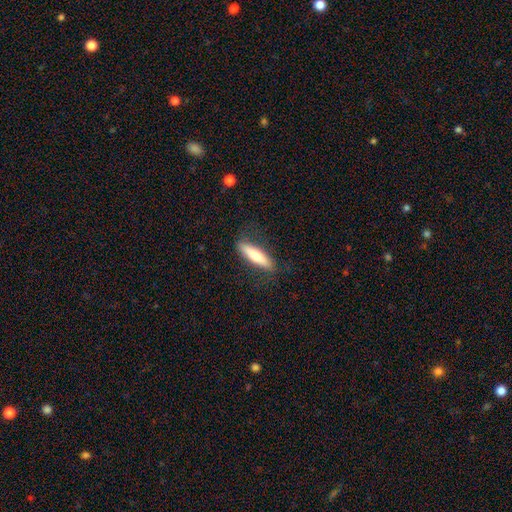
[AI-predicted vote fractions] A smooth galaxy with no disk features (66%) that is cigar-shaped (78%). Merging: none (82%).